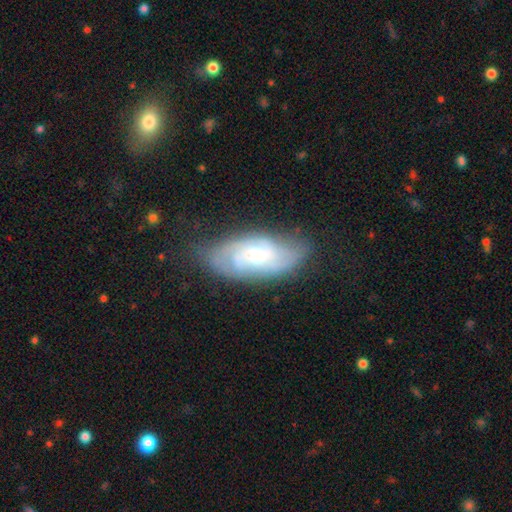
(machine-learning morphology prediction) The model was most divided on "spiral arm count": can't tell: 38%, 2: 32%, 3: 17%, 4: 6%, 1: 3%, more than 4: 3%. Remaining: edge-on disk — no (92%); spiral arms — yes (91%); smooth or featured — featured or disk (71%); merging — none (68%); bar — no (55%); spiral winding — tight (51%); bulge size — small (50%).